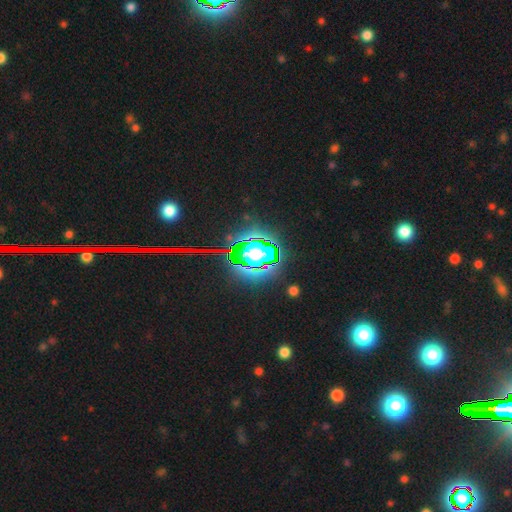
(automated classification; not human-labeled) A star or artifact, not a galaxy (82%).

Vote fractions:
- Smooth or featured? star or artifact: 82% / smooth: 10% / featured or disk: 8%